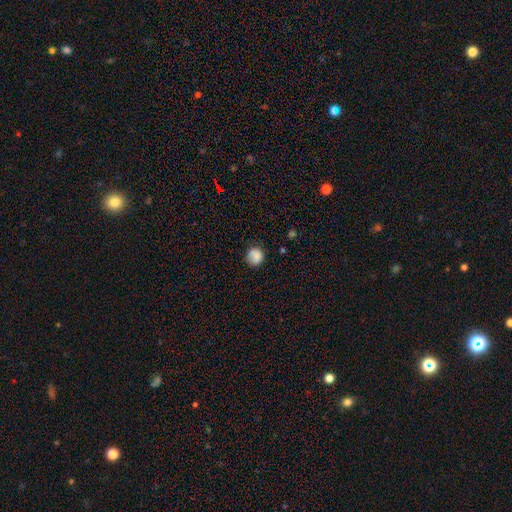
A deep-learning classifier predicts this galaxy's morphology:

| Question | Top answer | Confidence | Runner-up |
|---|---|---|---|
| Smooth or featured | smooth | 83% | star or artifact (9%) |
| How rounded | round | 87% | in between (12%) |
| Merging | none | 75% | minor disturbance (18%) |